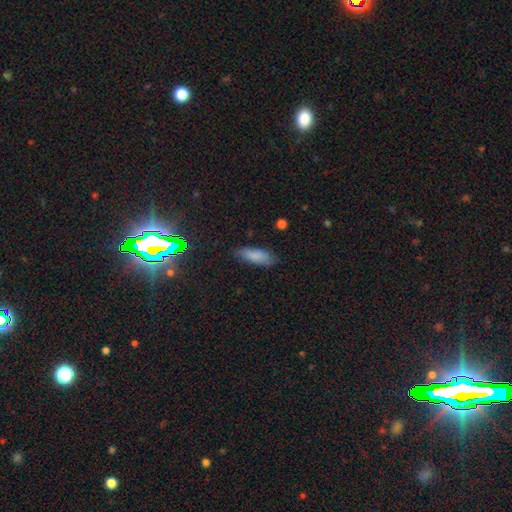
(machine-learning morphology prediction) Overall: smooth (82%). How rounded: in between (64%; cigar-shaped 34%). Merging: none (80%).